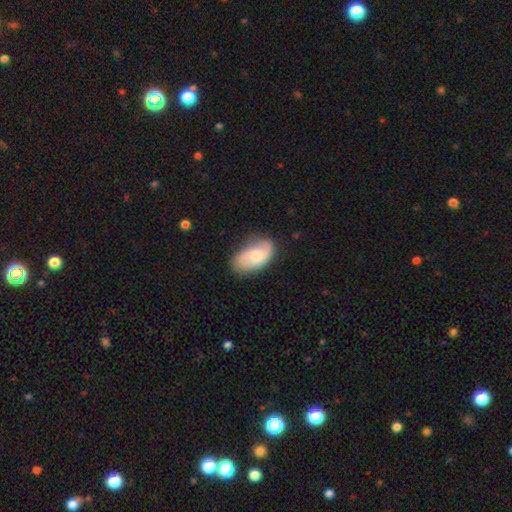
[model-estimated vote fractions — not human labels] A smooth galaxy with no disk features (51%) that is in between round and cigar-shaped (92%). Merging: none (68%).